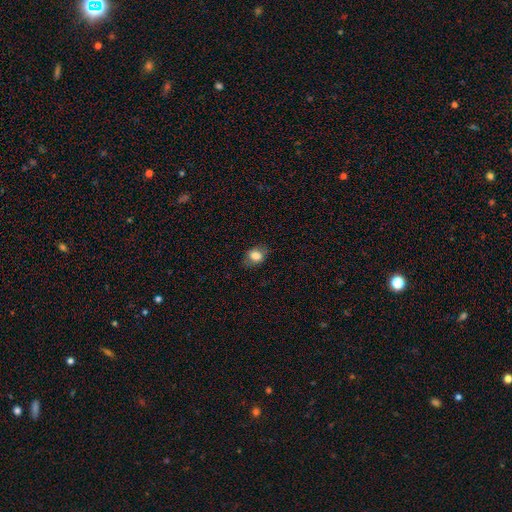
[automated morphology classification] Q: Smooth or featured?
A: smooth (79%); runner-up: featured or disk (12%)
Q: How rounded?
A: in between (66%); runner-up: round (32%)
Q: Merging?
A: none (78%); runner-up: minor disturbance (16%)